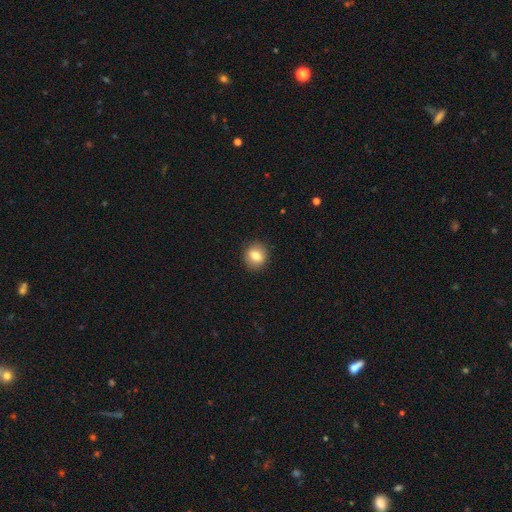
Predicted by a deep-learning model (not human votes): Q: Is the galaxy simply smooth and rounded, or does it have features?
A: smooth — 77%.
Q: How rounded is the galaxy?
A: round — 76%.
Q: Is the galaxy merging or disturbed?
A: none — 90%.